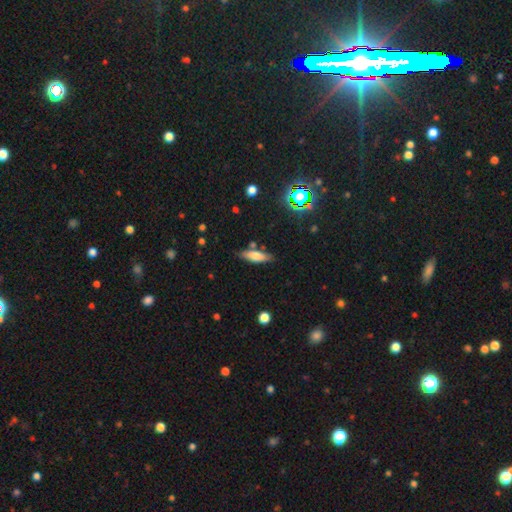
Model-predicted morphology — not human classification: smooth 66%, featured or disk 25%, star or artifact 9%. Down the decision tree: how rounded — cigar-shaped (49%); merging — none (78%).